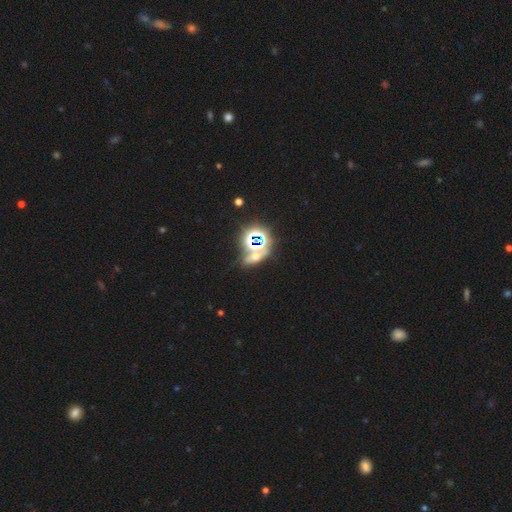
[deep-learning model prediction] Smooth or featured? star or artifact (59%)